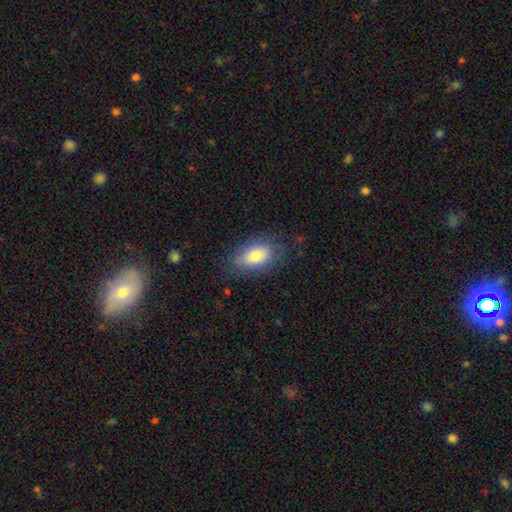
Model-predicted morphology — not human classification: smooth_or_featured: smooth (p=0.81) [alt: featured or disk p=0.13]
how_rounded: in between (p=0.92) [alt: round p=0.05]
merging: none (p=0.77) [alt: minor disturbance p=0.17]